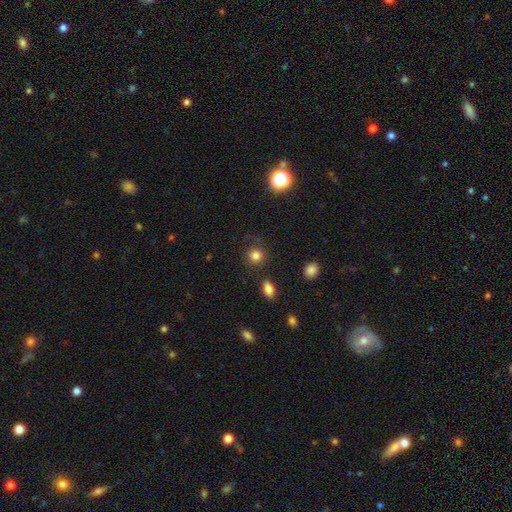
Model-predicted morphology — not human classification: The model was most divided on "smooth or featured": smooth: 83%, star or artifact: 12%, featured or disk: 5%. More confident: how rounded — round (88%); merging — none (84%).